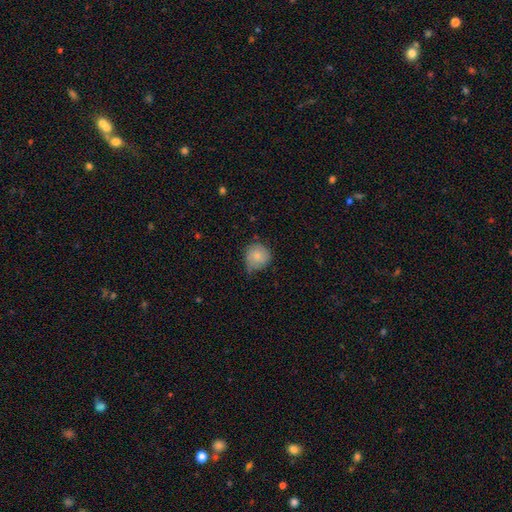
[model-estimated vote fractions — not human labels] Q: Smooth or featured?
A: smooth (71%); runner-up: featured or disk (22%)
Q: How rounded?
A: round (88%); runner-up: in between (11%)
Q: Merging?
A: none (58%); runner-up: minor disturbance (33%)